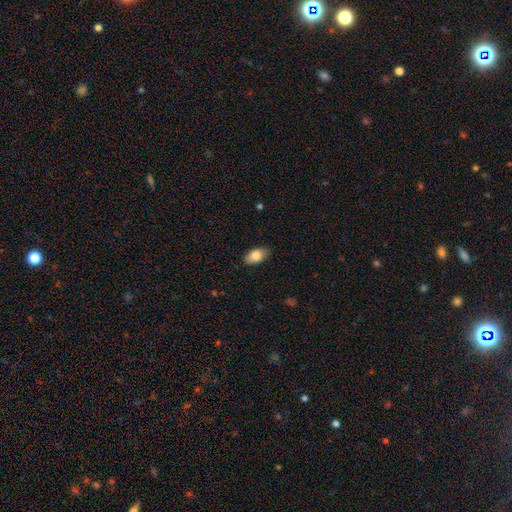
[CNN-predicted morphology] Q: Smooth or featured?
A: smooth (85%); runner-up: featured or disk (8%)
Q: How rounded?
A: in between (92%); runner-up: round (5%)
Q: Merging?
A: none (82%); runner-up: minor disturbance (14%)